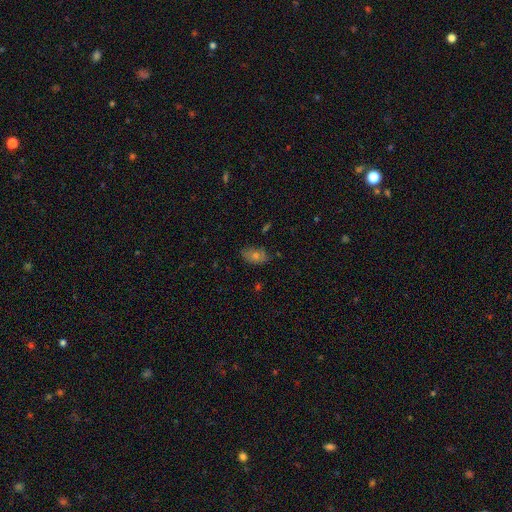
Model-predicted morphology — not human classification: Smooth or featured?
  - smooth: 55% *
  - featured or disk: 27%
  - star or artifact: 17%
How rounded?
  - in between: 83% *
  - round: 14%
  - cigar-shaped: 3%
Merging?
  - none: 79% *
  - minor disturbance: 16%
  - major disturbance: 3%
  - merger: 2%